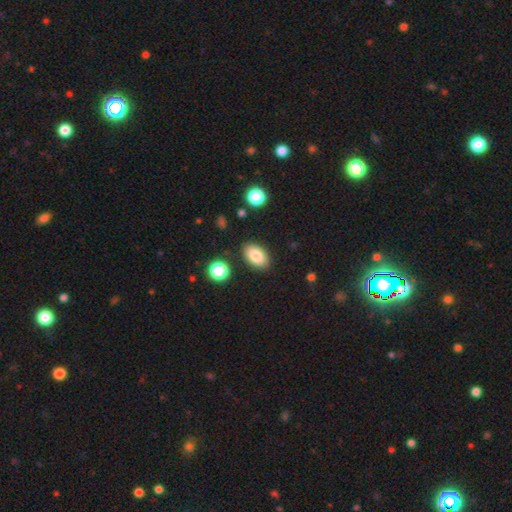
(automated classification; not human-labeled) Morphology: type=smooth (83%); roundness=in between (92%); merging=none (87%).